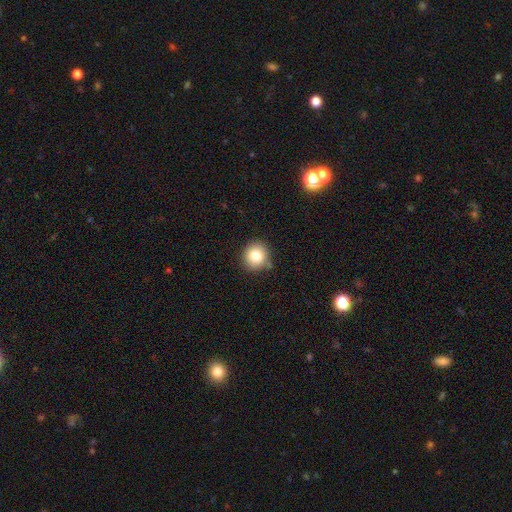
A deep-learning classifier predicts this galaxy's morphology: smooth 81%, star or artifact 10%, featured or disk 9%. Down the decision tree: how rounded — round (87%); merging — none (82%).